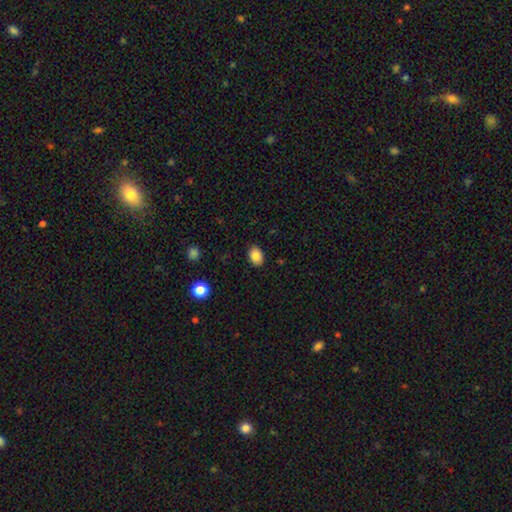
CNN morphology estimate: Overall: smooth (86%). How rounded: in between (74%). Merging: none (87%).